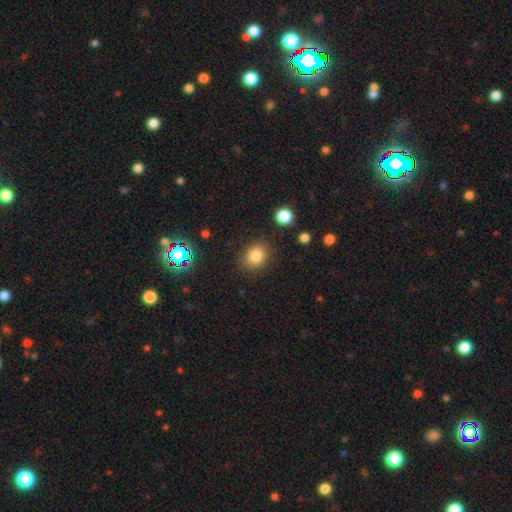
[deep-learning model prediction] A smooth galaxy with no disk features (81%) that is round (69%). Merging: none (84%).